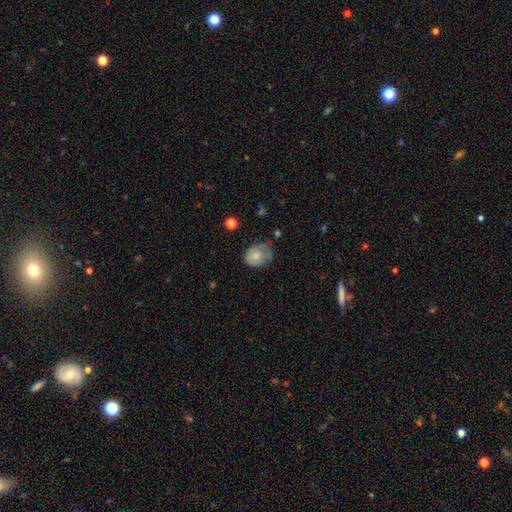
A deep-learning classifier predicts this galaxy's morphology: type=smooth (68%); roundness=round (51%); merging=none (42%).